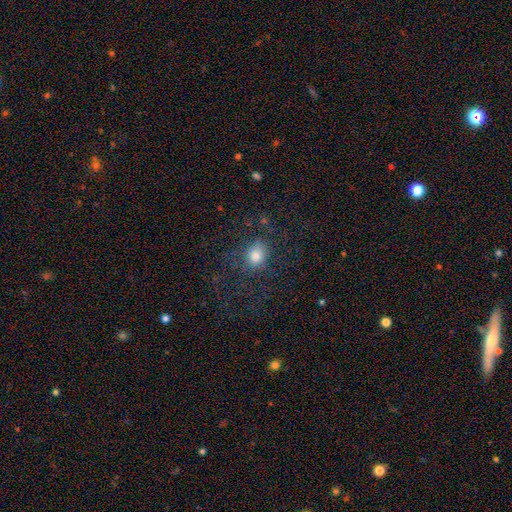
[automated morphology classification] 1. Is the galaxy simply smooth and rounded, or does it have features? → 67% smooth, 17% star or artifact, 16% featured or disk.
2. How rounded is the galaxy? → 55% round, 43% in between, 2% cigar-shaped.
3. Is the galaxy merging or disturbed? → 65% none, 17% major disturbance, 15% minor disturbance, 2% merger.